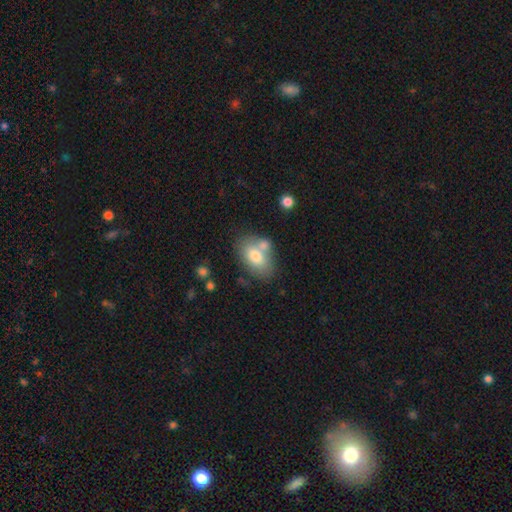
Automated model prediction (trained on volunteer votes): This is likely a smooth galaxy (74%). How rounded: clearly in between (89%). Merging: possibly none (56%).